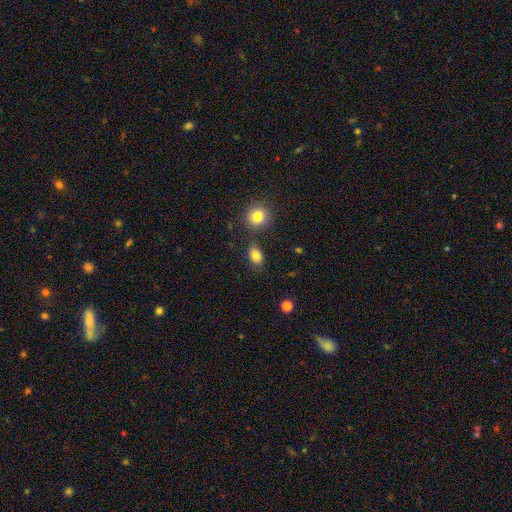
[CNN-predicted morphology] Overall: smooth (82%). How rounded: in between (77%). Merging: none (75%).